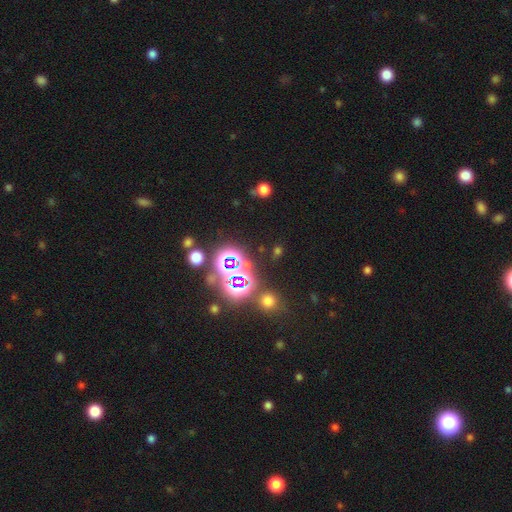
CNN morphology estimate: smooth-or-featured: star or artifact: 72% | smooth: 16% | featured or disk: 11%